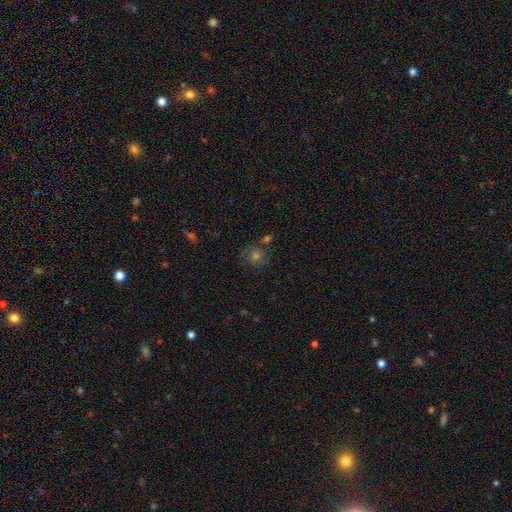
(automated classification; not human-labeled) Overall: smooth (48%; star or artifact 27%). Merging: none (75%).